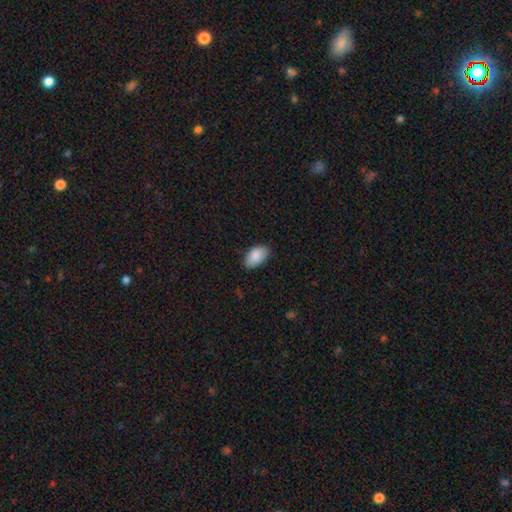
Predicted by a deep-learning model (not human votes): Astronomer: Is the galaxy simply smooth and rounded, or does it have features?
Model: smooth — 88%.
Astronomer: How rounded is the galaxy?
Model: in between — 94%.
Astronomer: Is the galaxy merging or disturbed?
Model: none — 80%.